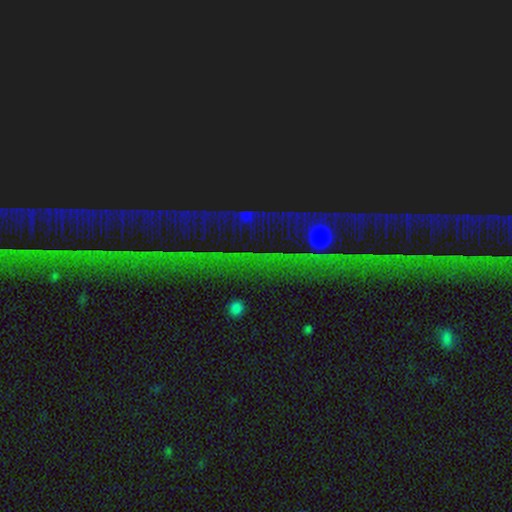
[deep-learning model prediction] Smooth or featured? star or artifact (88%)